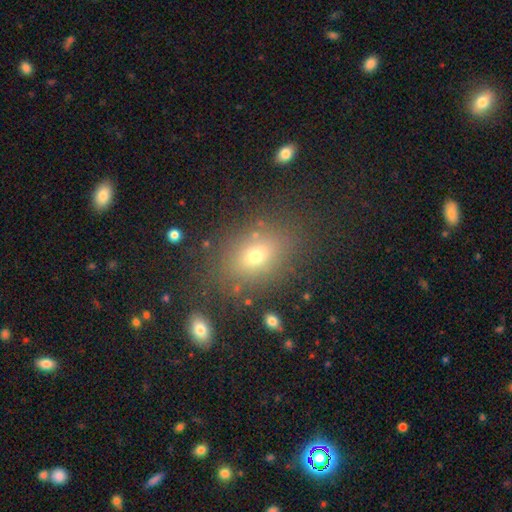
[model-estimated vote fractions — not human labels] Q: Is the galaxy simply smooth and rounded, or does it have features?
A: smooth — 64%.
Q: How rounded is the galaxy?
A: in between — 71%.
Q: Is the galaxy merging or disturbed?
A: none — 81%.